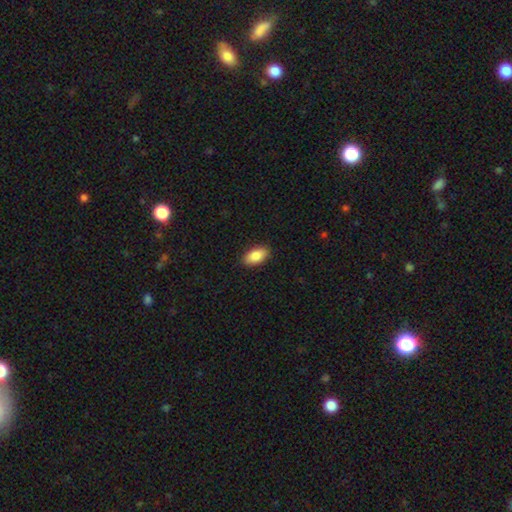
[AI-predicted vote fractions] Q: Smooth or featured?
A: smooth (87%); runner-up: featured or disk (7%)
Q: How rounded?
A: in between (93%); runner-up: cigar-shaped (4%)
Q: Merging?
A: none (89%); runner-up: minor disturbance (8%)